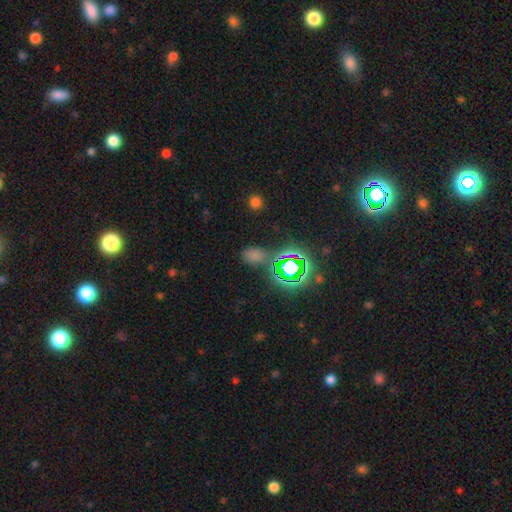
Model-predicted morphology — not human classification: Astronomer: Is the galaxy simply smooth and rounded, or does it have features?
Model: smooth — 51% (runner-up: star or artifact, 41%).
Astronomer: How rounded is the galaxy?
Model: in between — 78%.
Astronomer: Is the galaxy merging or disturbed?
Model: none — 70%.